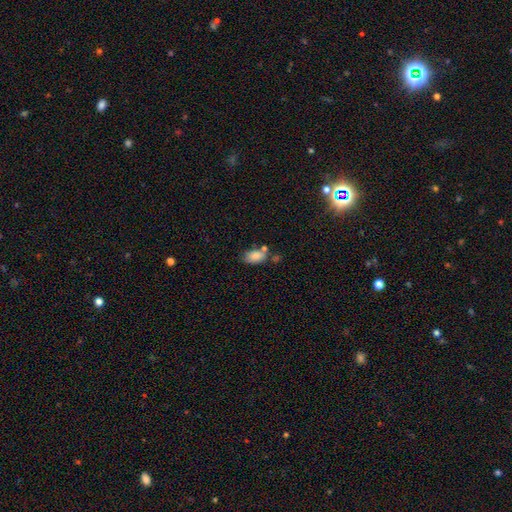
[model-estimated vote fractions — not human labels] Morphology: type=smooth (84%); roundness=in between (89%); merging=none (50%).